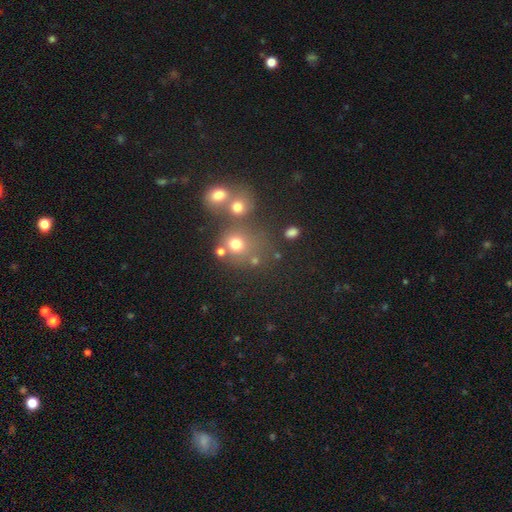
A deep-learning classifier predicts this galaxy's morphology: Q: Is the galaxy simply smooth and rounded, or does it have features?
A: smooth — 52%.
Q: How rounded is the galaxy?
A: round — 81%.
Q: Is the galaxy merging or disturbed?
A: none — 52%.